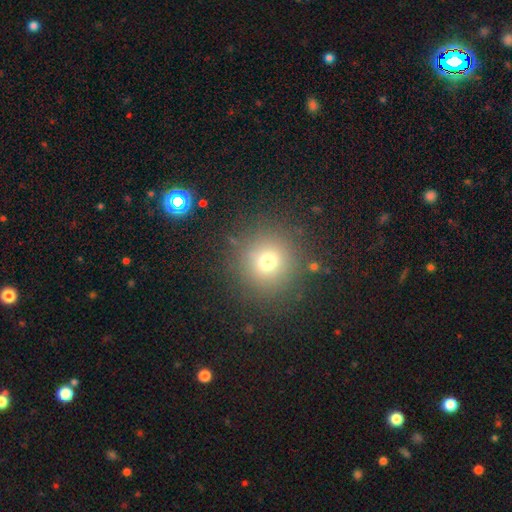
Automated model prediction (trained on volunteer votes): The model was most divided on "smooth or featured": smooth: 65%, star or artifact: 27%, featured or disk: 9%. More confident: how rounded — round (94%); merging — none (90%).